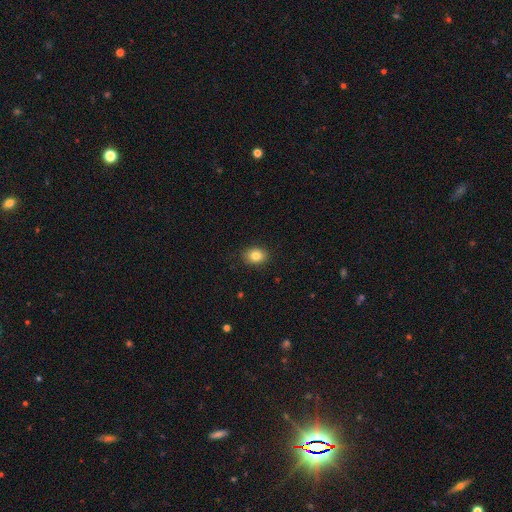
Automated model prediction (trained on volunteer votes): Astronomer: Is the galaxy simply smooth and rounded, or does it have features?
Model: smooth — 83%.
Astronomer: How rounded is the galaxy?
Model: in between — 58% (runner-up: round, 41%).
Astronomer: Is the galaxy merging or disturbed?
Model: none — 88%.